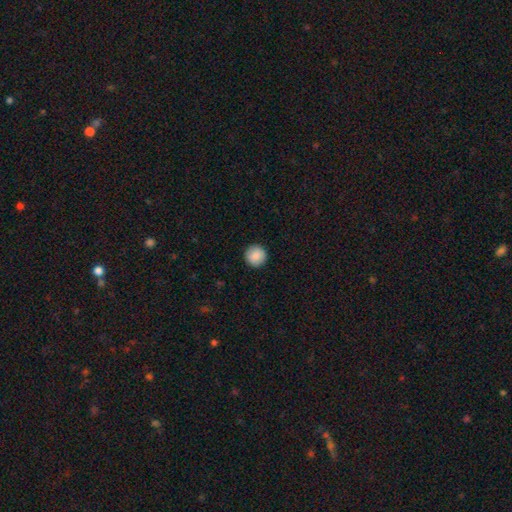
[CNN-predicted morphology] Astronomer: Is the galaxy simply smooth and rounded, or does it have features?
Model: smooth — 88%.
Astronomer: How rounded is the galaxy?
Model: round — 96%.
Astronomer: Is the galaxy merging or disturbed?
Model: none — 93%.